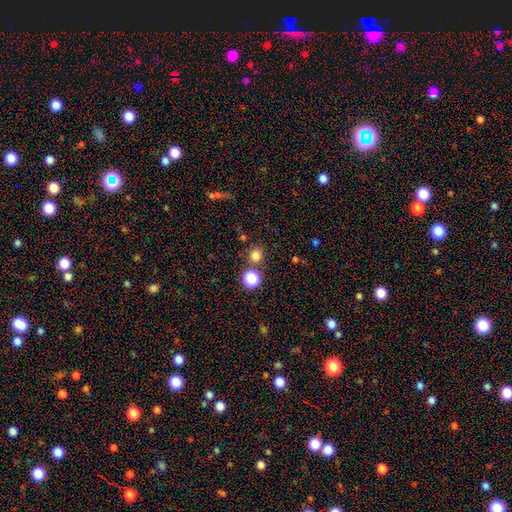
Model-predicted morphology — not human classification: Smooth or featured: smooth — 75% (star or artifact — 19%)
How rounded: round — 90% (in between — 9%)
Merging: none — 79% (merger — 10%)